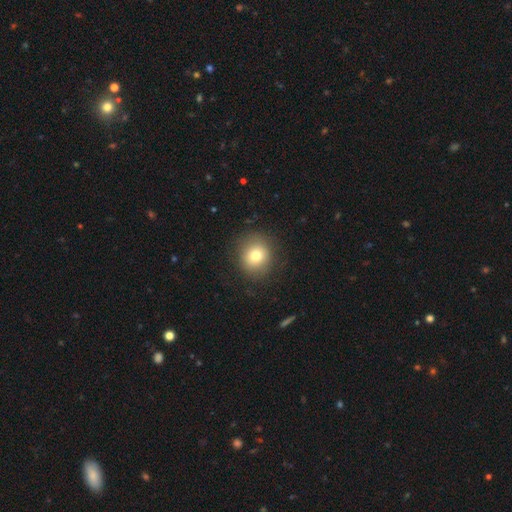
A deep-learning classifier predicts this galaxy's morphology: smooth-or-featured: smooth: 75% | featured or disk: 13% | star or artifact: 12%
  how-rounded: round: 88% | in between: 11% | cigar-shaped: 1%
  merging: none: 86% | minor disturbance: 9% | major disturbance: 4% | merger: 1%